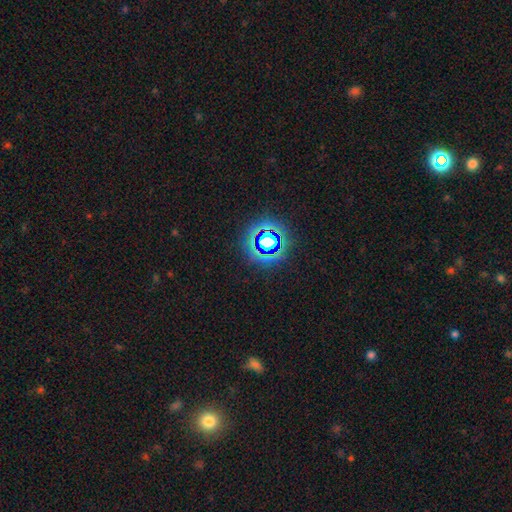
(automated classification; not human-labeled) This appears to be a star or artifact, not a galaxy (76%).